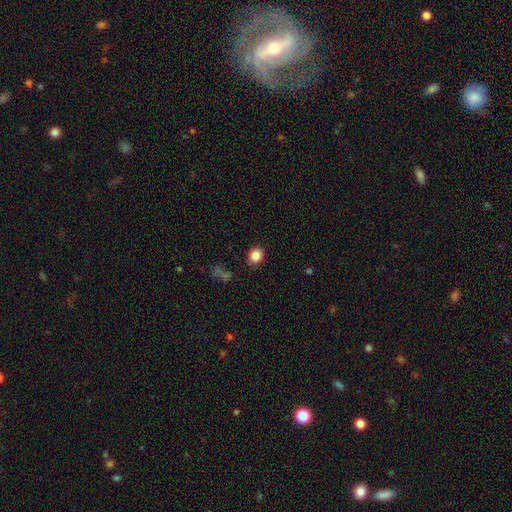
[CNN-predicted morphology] smooth 84%, star or artifact 11%, featured or disk 5%. Down the decision tree: how rounded — round (76%); merging — none (88%).